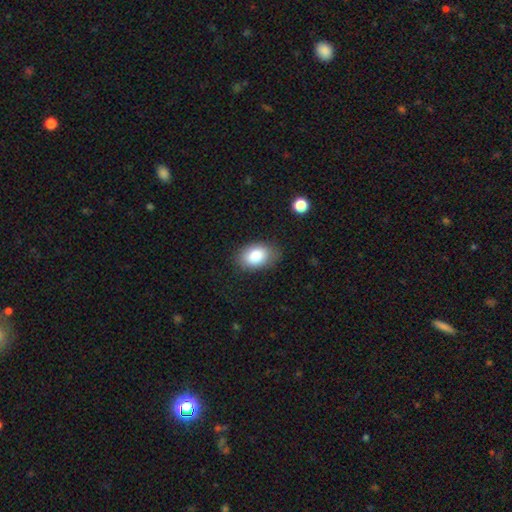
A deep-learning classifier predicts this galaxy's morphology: A smooth galaxy with no disk features (86%) that is in between round and cigar-shaped (86%). Merging: none (78%).